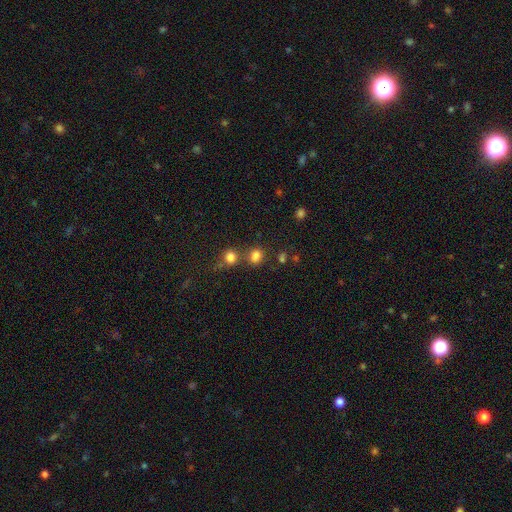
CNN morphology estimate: This appears to be a smooth galaxy with no disk features (77%) that is round (61%). Merging: none (57%).